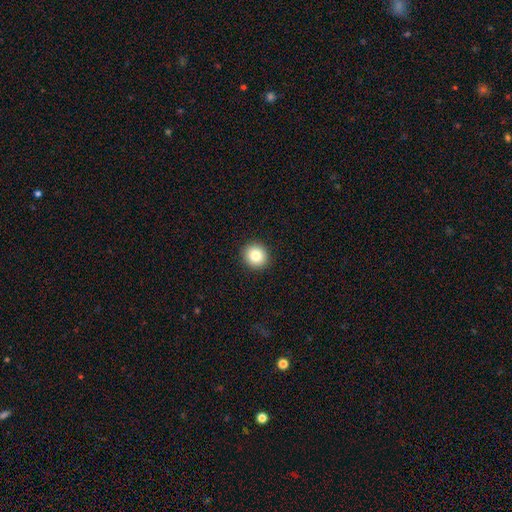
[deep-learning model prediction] Smooth or featured: smooth — 84% (star or artifact — 10%)
How rounded: round — 89% (in between — 10%)
Merging: none — 92% (minor disturbance — 5%)